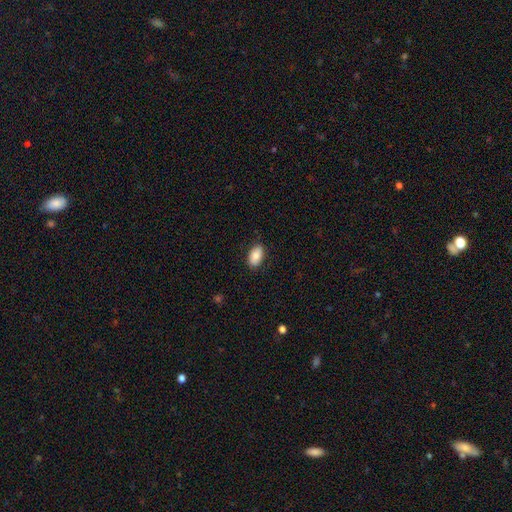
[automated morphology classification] smooth-or-featured: smooth: 84% | featured or disk: 9% | star or artifact: 7%
  how-rounded: in between: 92% | round: 6% | cigar-shaped: 2%
  merging: none: 85% | minor disturbance: 11% | major disturbance: 2% | merger: 1%